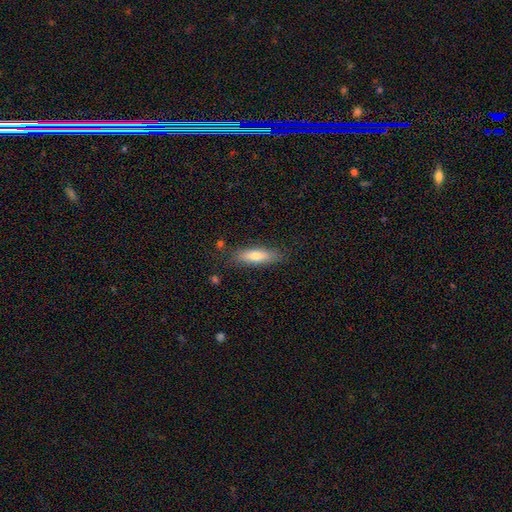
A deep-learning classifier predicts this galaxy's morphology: Smooth or featured? smooth (70%)
How rounded? cigar-shaped (67%)
Merging? none (83%)